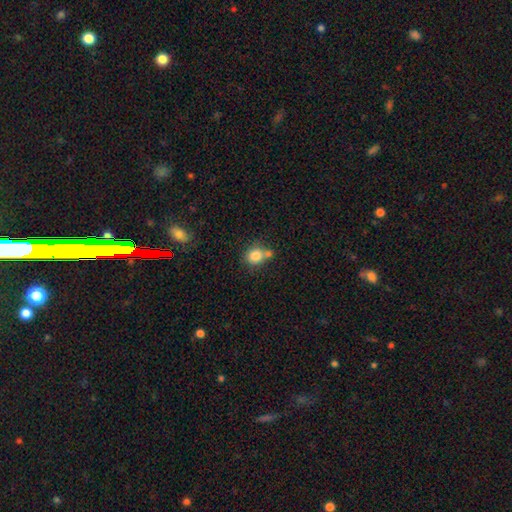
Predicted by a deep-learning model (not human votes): Smooth or featured? Predicted: smooth (p=0.81). How rounded? Predicted: round (p=0.73). Merging? Predicted: none (p=0.52).